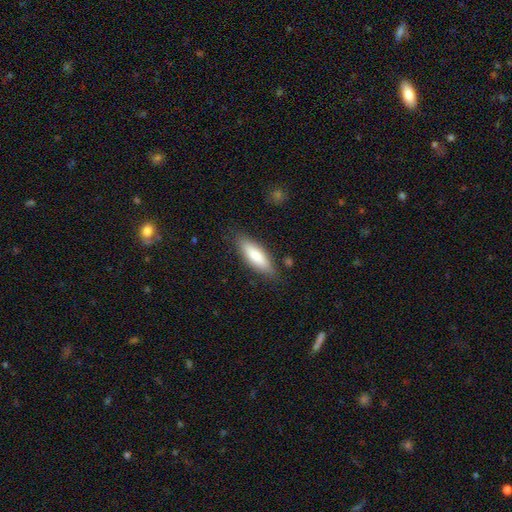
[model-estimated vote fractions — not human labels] A smooth galaxy with no disk features (80%) that is in between round and cigar-shaped (51%). Merging: none (83%).